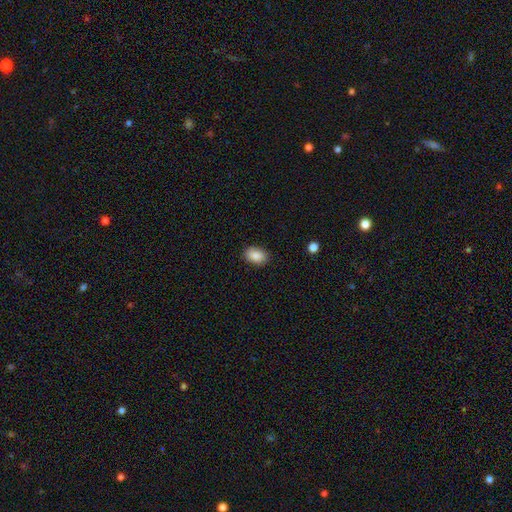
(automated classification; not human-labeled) smooth_or_featured: smooth (p=0.88) [alt: star or artifact p=0.08]
how_rounded: in between (p=0.84) [alt: round p=0.15]
merging: none (p=0.87) [alt: minor disturbance p=0.09]